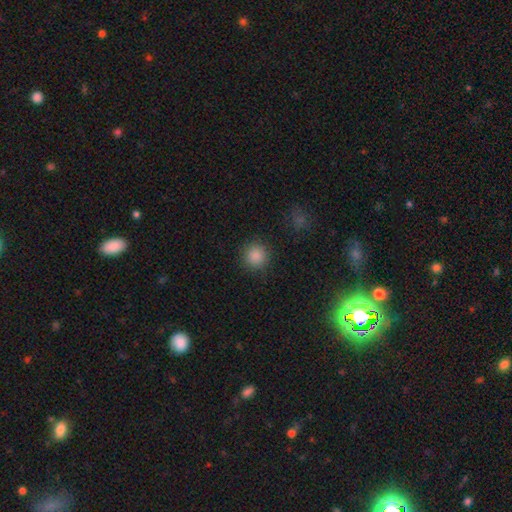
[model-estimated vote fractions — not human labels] Smooth or featured?
  - smooth: 87% *
  - star or artifact: 10%
  - featured or disk: 3%
How rounded?
  - round: 94% *
  - in between: 5%
  - cigar-shaped: 1%
Merging?
  - none: 89% *
  - minor disturbance: 7%
  - major disturbance: 3%
  - merger: 1%